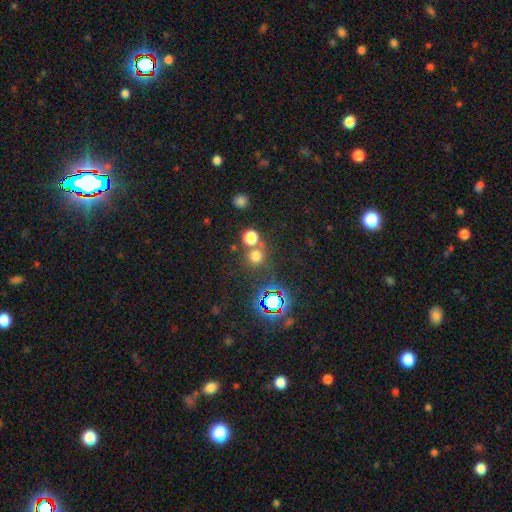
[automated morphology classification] The model was most divided on "smooth or featured": smooth: 67%, star or artifact: 26%, featured or disk: 7%. More confident: how rounded — round (91%); merging — none (66%).